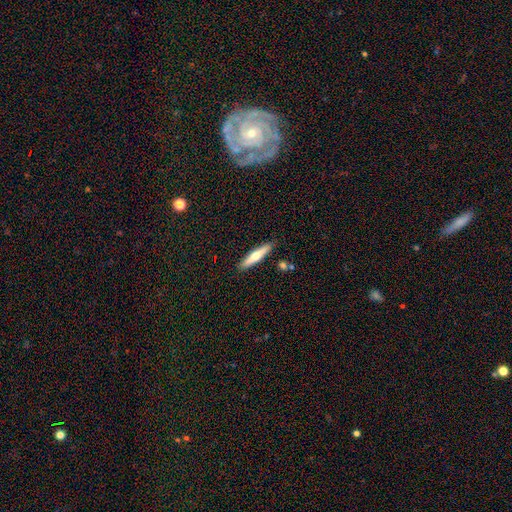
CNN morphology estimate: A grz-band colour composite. It shows a smooth galaxy with no disk features (50%) that is cigar-shaped (85%). Merging: none (89%).